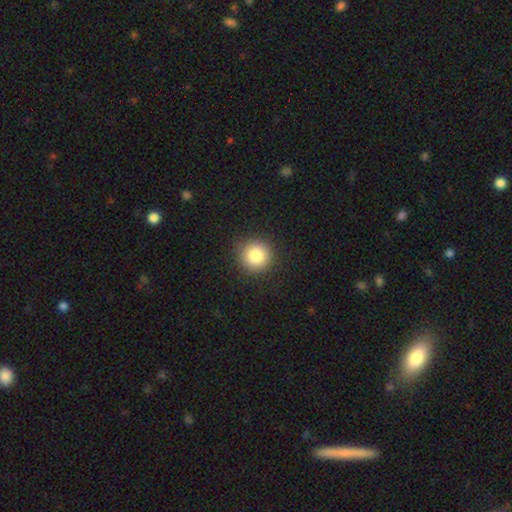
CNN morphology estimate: type=smooth (85%); roundness=round (95%); merging=none (91%).